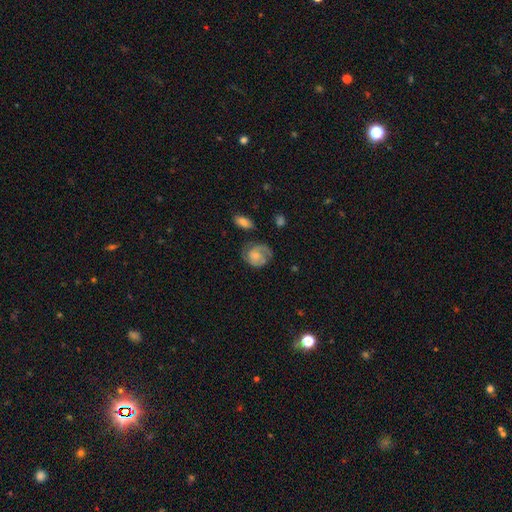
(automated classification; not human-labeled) smooth-or-featured: featured or disk: 65% | smooth: 29% | star or artifact: 7%
  disk-edge-on: no: 98% | yes: 2%
    bar: no: 70% | weak: 26% | strong: 4%
    has-spiral-arms: yes: 89% | no: 11%
      spiral-winding: tight: 51% | medium: 36% | loose: 13%
      spiral-arm-count: 2: 58% | 1: 20% | can't tell: 15% | 3: 4% | 4: 1% | more than 4: 1%
    bulge-size: small: 43% | moderate: 34% | none: 14% | large: 7% | dominant: 2%
  merging: none: 60% | minor disturbance: 23% | major disturbance: 14% | merger: 3%